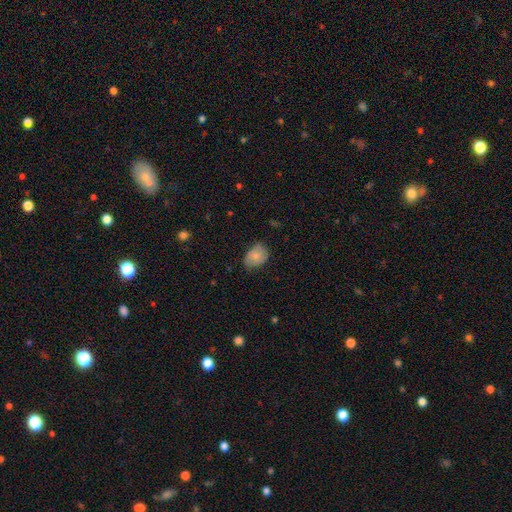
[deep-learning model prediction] The model was most divided on "merging": none: 62%, minor disturbance: 31%, major disturbance: 6%, merger: 1%. More confident: smooth or featured — smooth (70%); how rounded — in between (69%).